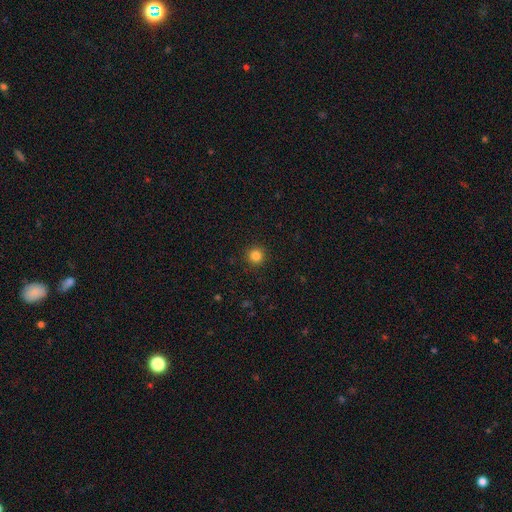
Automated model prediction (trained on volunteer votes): This appears to be a smooth galaxy with no disk features (84%) that is round (95%). Merging: none (92%).